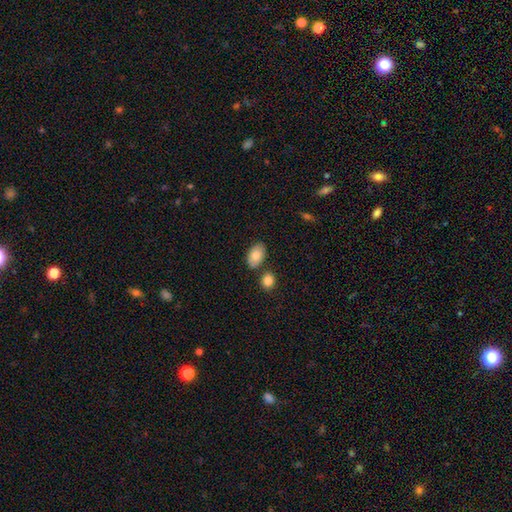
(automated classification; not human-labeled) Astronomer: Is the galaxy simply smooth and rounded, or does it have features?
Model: smooth — 82%.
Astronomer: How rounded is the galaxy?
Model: in between — 92%.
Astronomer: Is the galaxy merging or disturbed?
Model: none — 75%.